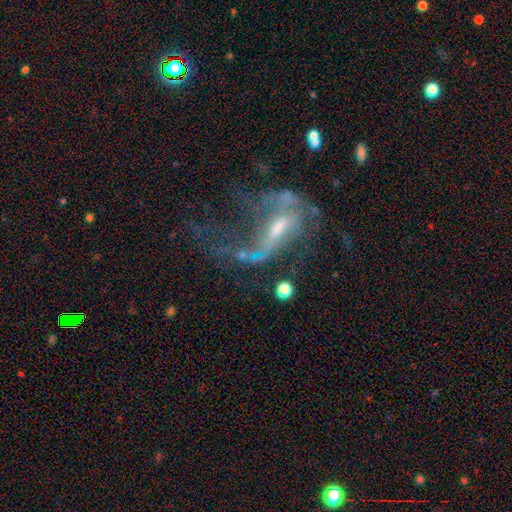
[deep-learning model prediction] Smooth or featured? Predicted: featured or disk (p=0.70). Edge-on disk? Predicted: no (p=0.87). Bar? Predicted: weak (p=0.41). Spiral arms? Predicted: yes (p=0.68). Bulge size? Predicted: moderate (p=0.44). Merging? Predicted: major disturbance (p=0.43).